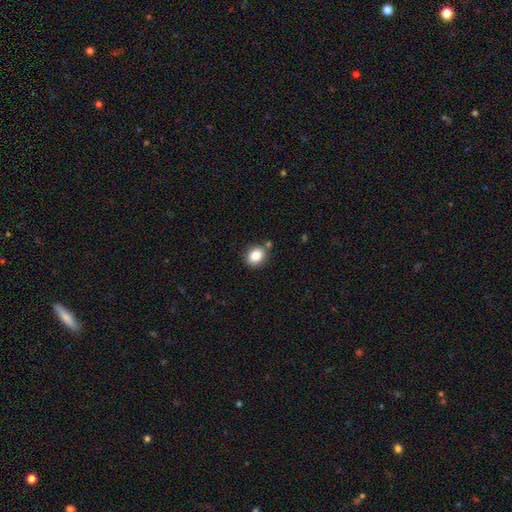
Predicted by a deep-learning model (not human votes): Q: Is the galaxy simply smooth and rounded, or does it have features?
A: smooth — 84%.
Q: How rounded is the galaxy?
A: round — 50%.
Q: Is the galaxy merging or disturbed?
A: none — 77%.